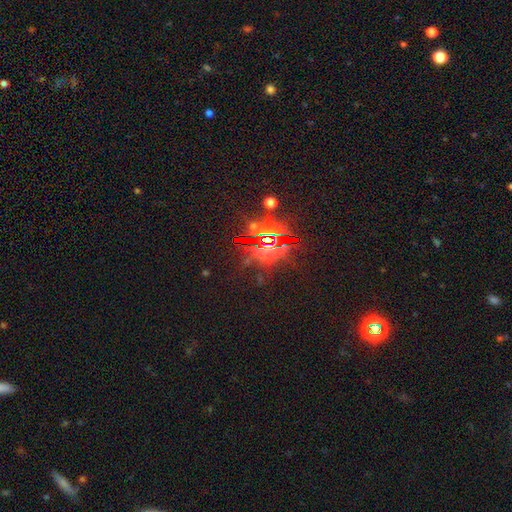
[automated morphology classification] Smooth or featured? Predicted: star or artifact (p=0.85).